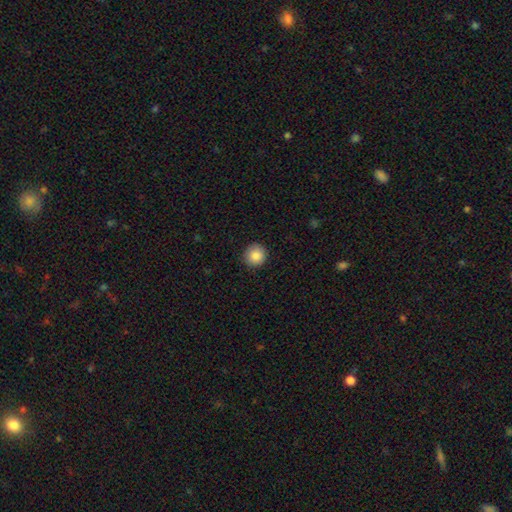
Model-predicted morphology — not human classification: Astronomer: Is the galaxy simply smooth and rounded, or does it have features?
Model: smooth — 87%.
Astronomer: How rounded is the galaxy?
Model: round — 94%.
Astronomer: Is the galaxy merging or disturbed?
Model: none — 90%.